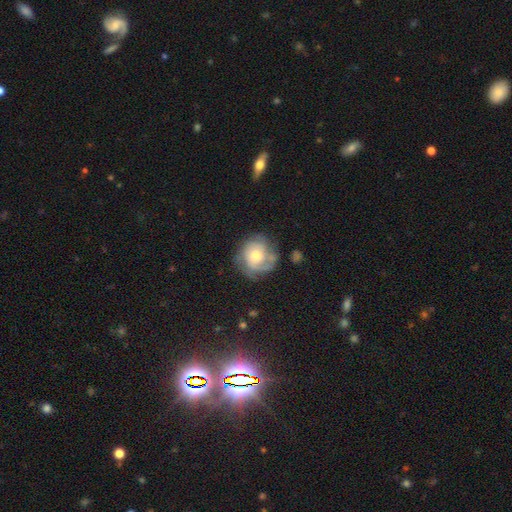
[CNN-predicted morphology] Overall: featured or disk (63%; smooth 30%). Edge-on disk: no (98%). Bar: no (79%). Spiral arms: yes (86%). Spiral arm count: can't tell (35%; 2 24%). Spiral winding: tight (53%; medium 34%). Bulge size: moderate (57%; small 23%). Merging: none (67%).